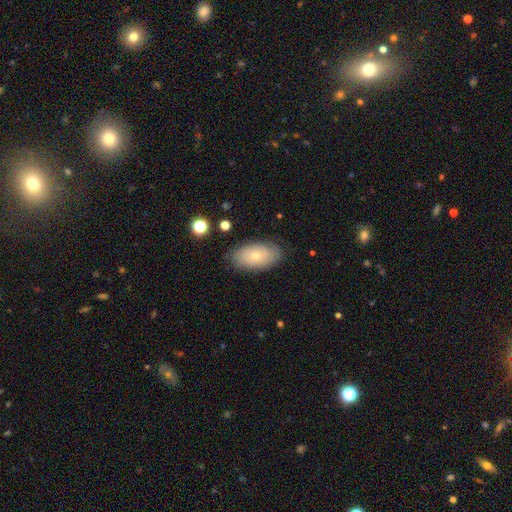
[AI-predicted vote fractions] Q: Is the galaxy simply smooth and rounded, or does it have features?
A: smooth — 59%.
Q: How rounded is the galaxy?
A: in between — 93%.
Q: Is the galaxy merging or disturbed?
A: none — 82%.